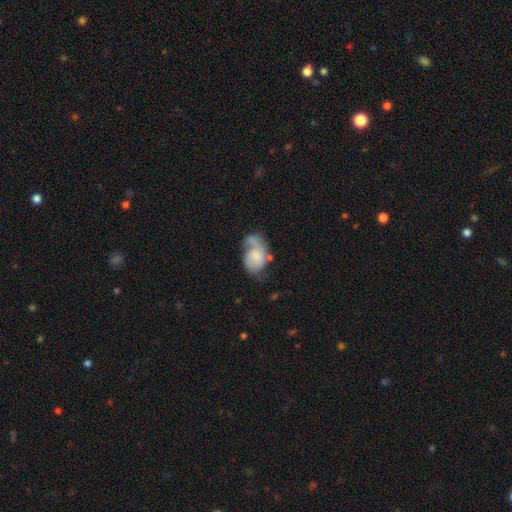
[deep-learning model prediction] A featured or disk galaxy (48%). Merging: none (32%).